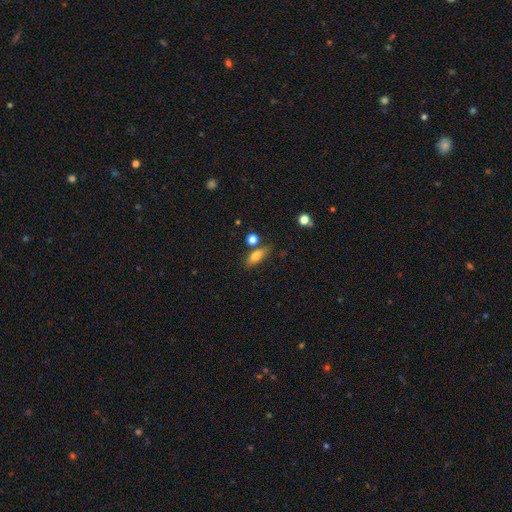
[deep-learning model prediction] Smooth or featured? Predicted: smooth (p=0.78). How rounded? Predicted: in between (p=0.72). Merging? Predicted: none (p=0.64).